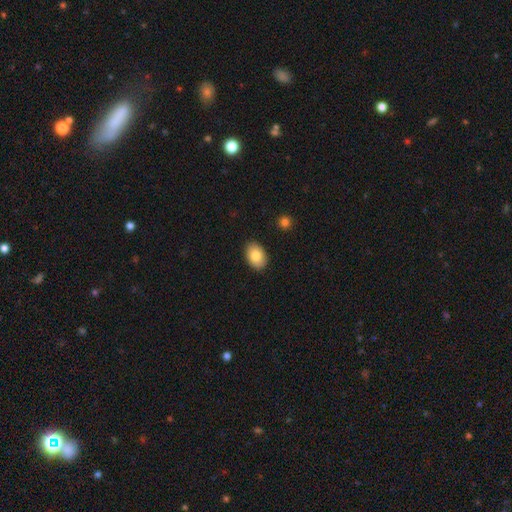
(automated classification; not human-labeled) A smooth galaxy with no disk features (83%) that is in between round and cigar-shaped (86%).

Vote fractions:
- Smooth or featured? smooth: 83% / featured or disk: 10% / star or artifact: 7%
- How rounded? in between: 86% / round: 13% / cigar-shaped: 1%
- Merging? none: 89% / minor disturbance: 8% / major disturbance: 2% / merger: 1%